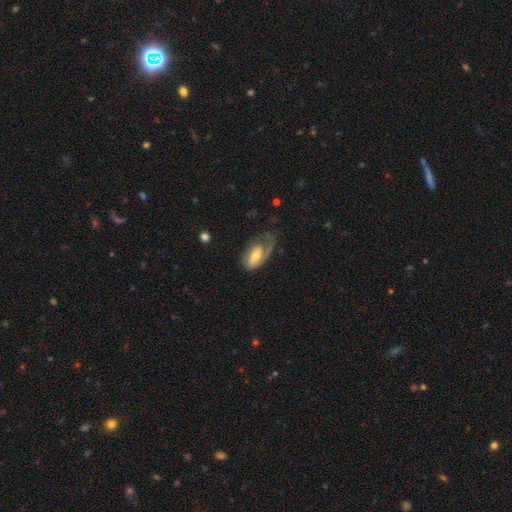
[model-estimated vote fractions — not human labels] smooth-or-featured: featured or disk: 63% | smooth: 32% | star or artifact: 6%
  disk-edge-on: no: 94% | yes: 6%
    bar: no: 46% | weak: 38% | strong: 16%
    has-spiral-arms: yes: 81% | no: 19%
    bulge-size: moderate: 62% | small: 26% | large: 8% | none: 2% | dominant: 1%
  merging: none: 38% | major disturbance: 35% | minor disturbance: 25% | merger: 2%